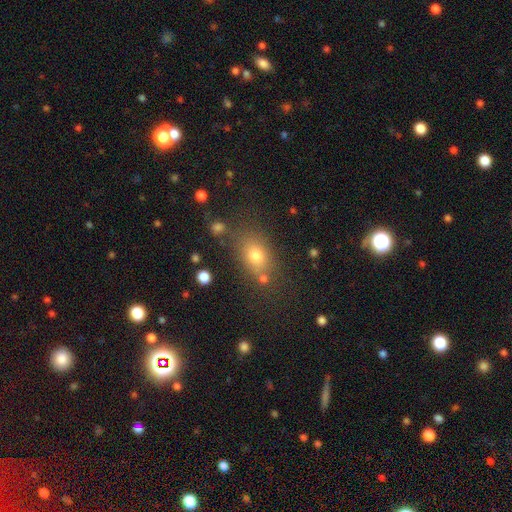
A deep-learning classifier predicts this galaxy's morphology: smooth-or-featured: smooth: 74% | star or artifact: 15% | featured or disk: 11%
  how-rounded: in between: 67% | round: 31% | cigar-shaped: 2%
  merging: none: 70% | minor disturbance: 14% | merger: 9% | major disturbance: 6%